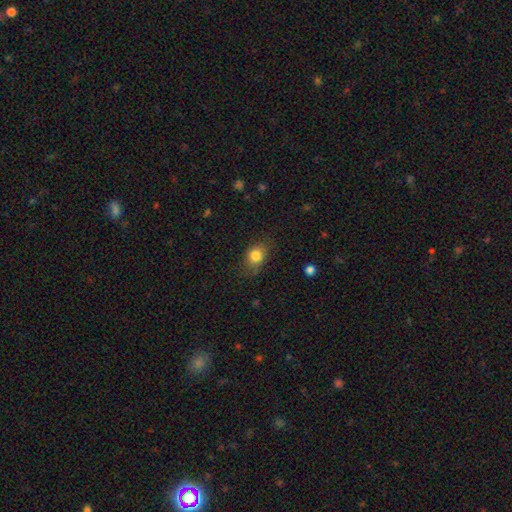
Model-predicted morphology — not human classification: Smooth or featured? smooth (82%)
How rounded? in between (61%)
Merging? none (70%)